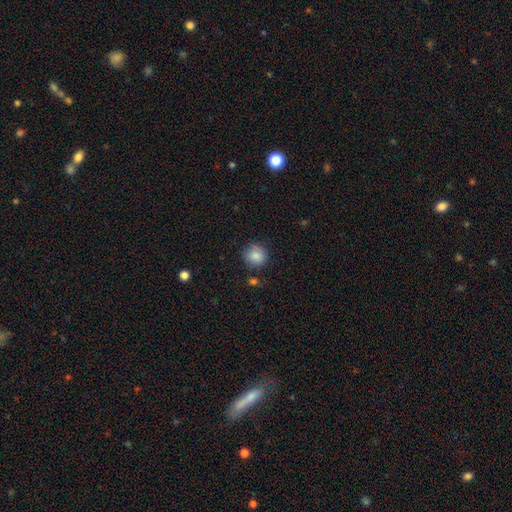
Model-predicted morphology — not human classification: smooth-or-featured: smooth: 86% | star or artifact: 9% | featured or disk: 5%
  how-rounded: round: 89% | in between: 10% | cigar-shaped: 1%
  merging: none: 81% | minor disturbance: 12% | merger: 4% | major disturbance: 3%